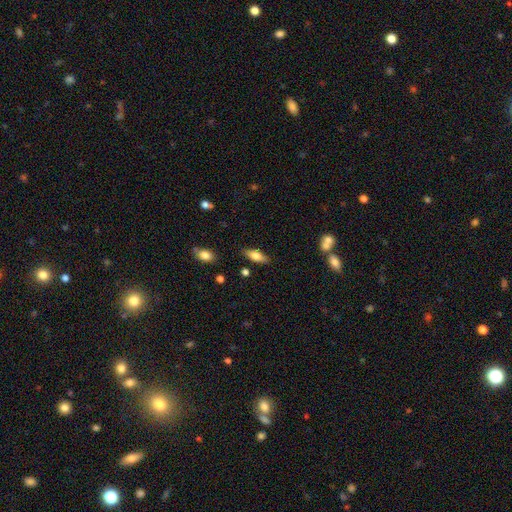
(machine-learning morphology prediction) This is likely a smooth galaxy (70%). How rounded: likely in between (73%). Merging: clearly none (83%).